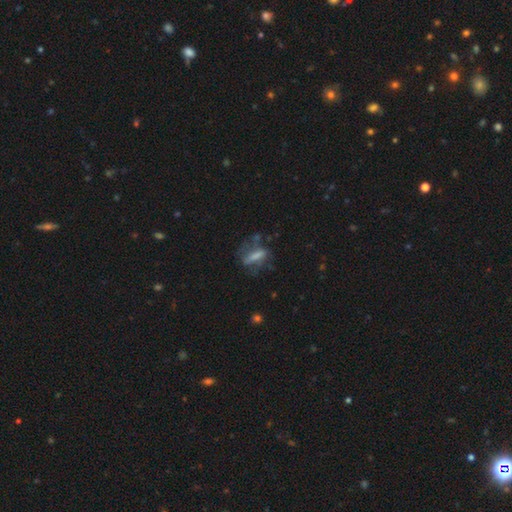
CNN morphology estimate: The model was most divided on "smooth or featured": smooth: 43%, featured or disk: 42%, star or artifact: 15%. More confident: merging — none (55%).